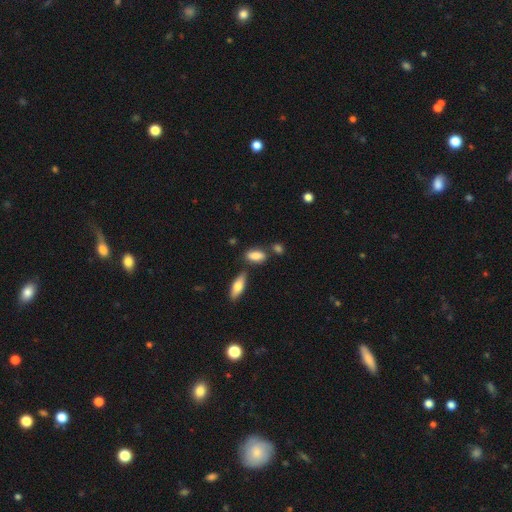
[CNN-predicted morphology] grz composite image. It shows a smooth galaxy with no disk features (82%) that is in between round and cigar-shaped (84%). Merging: none (66%).